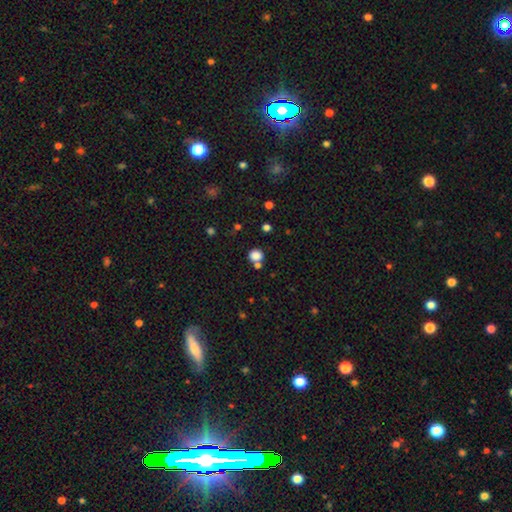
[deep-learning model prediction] Morphology: type=smooth (82%); roundness=round (78%); merging=none (63%).